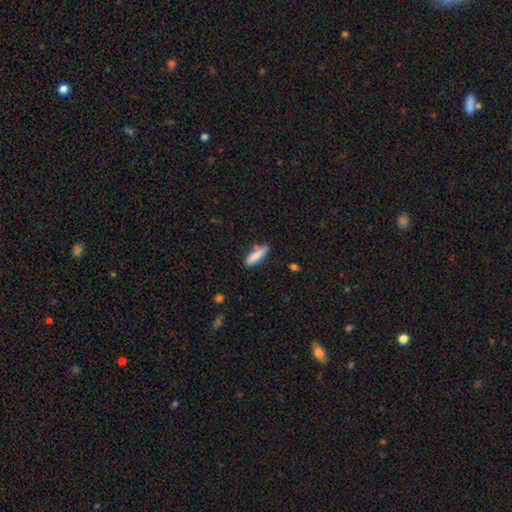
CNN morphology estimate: The model was most divided on "how rounded": cigar-shaped: 62%, in between: 36%, round: 2%. More confident: smooth or featured — smooth (84%); merging — none (76%).